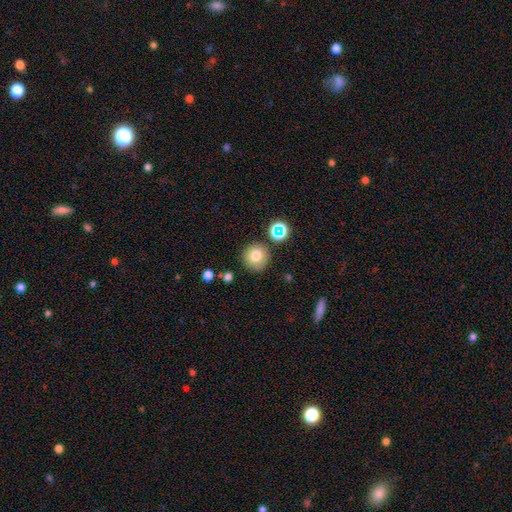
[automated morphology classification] Smooth or featured? smooth (77%)
How rounded? round (94%)
Merging? none (84%)